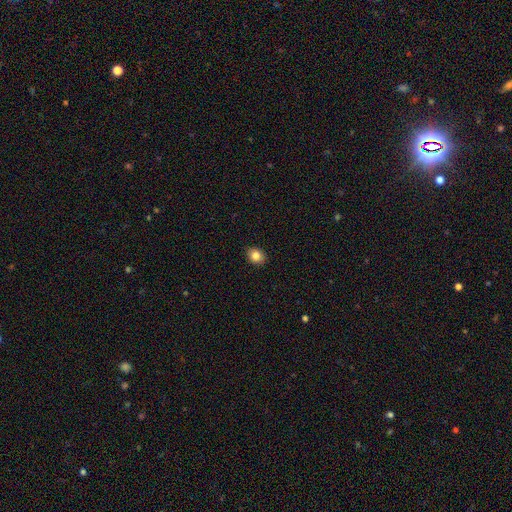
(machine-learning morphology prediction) type=smooth (84%); roundness=round (51%); merging=none (90%).